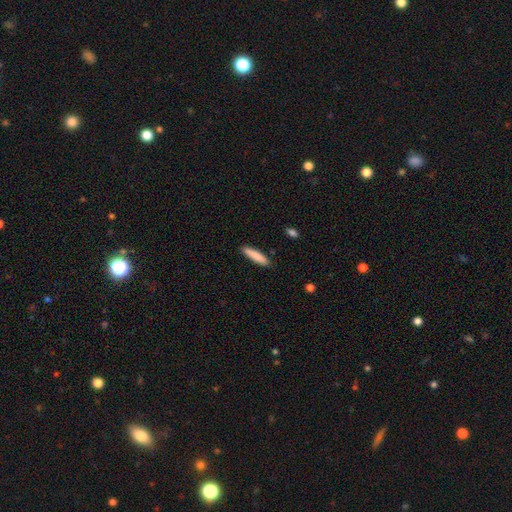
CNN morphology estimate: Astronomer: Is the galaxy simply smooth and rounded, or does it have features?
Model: smooth — 84%.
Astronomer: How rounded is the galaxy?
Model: cigar-shaped — 85%.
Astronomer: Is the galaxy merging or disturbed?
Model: none — 89%.